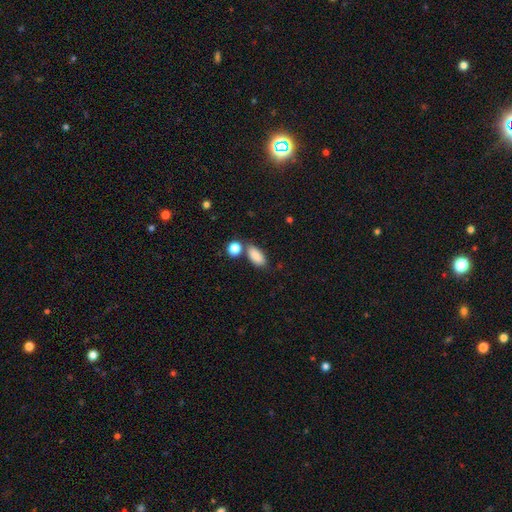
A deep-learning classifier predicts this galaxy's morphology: This appears to be a smooth galaxy with no disk features (88%) that is in between round and cigar-shaped (89%). Merging: none (67%).